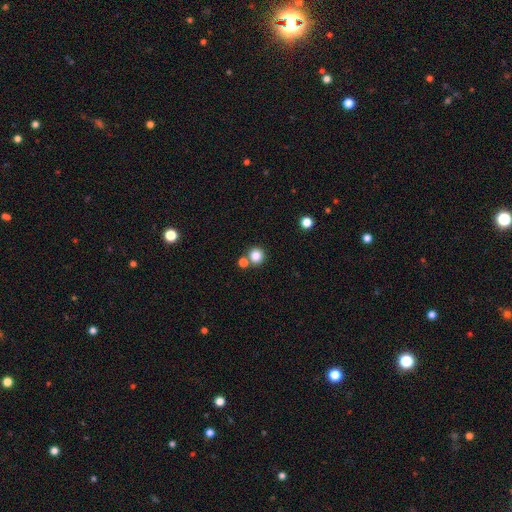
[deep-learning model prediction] Smooth or featured: smooth — 83% (star or artifact — 12%)
How rounded: round — 94% (in between — 5%)
Merging: none — 73% (merger — 18%)